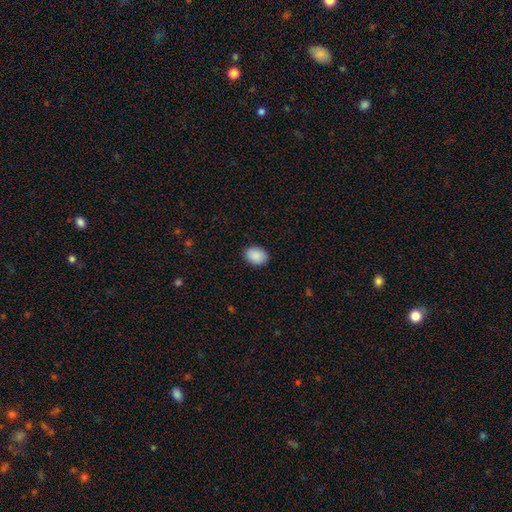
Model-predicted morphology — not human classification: A smooth galaxy with no disk features (90%) that is in between round and cigar-shaped (68%). Merging: none (89%).